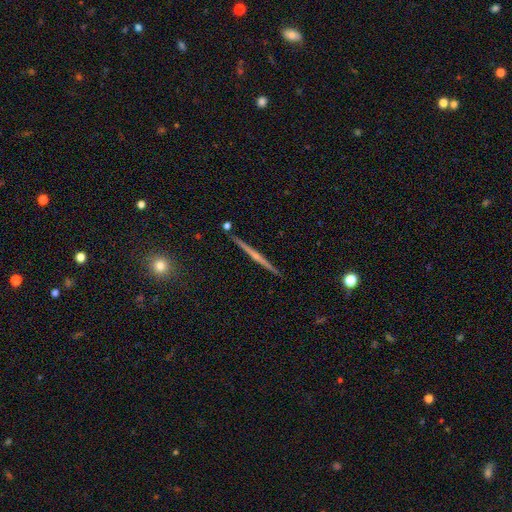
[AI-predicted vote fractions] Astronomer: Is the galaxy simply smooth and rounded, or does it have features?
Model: featured or disk — 76%.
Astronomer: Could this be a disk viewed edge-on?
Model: yes — 98%.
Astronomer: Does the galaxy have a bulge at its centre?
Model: rounded — 61%.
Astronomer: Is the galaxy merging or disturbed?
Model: none — 92%.